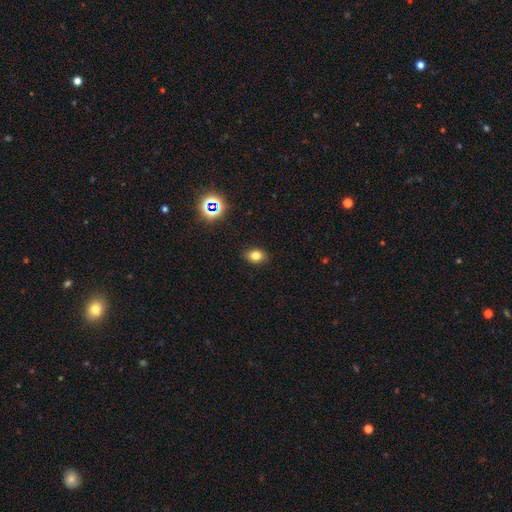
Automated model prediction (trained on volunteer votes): The model was most divided on "how rounded": in between: 66%, round: 33%, cigar-shaped: 1%. More confident: merging — none (88%); smooth or featured — smooth (77%).